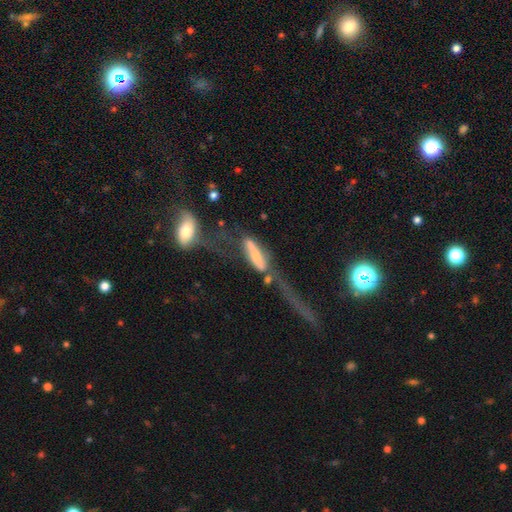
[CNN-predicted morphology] smooth-or-featured: featured or disk: 51% | smooth: 42% | star or artifact: 7%
  disk-edge-on: yes: 53% | no: 47%
  merging: major disturbance: 37% | merger: 27% | none: 22% | minor disturbance: 14%